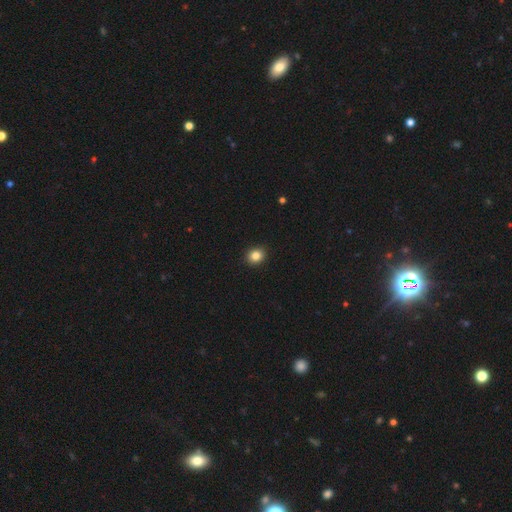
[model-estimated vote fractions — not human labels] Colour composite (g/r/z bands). It shows a smooth galaxy with no disk features (85%) that is round (71%). Merging: none (92%).